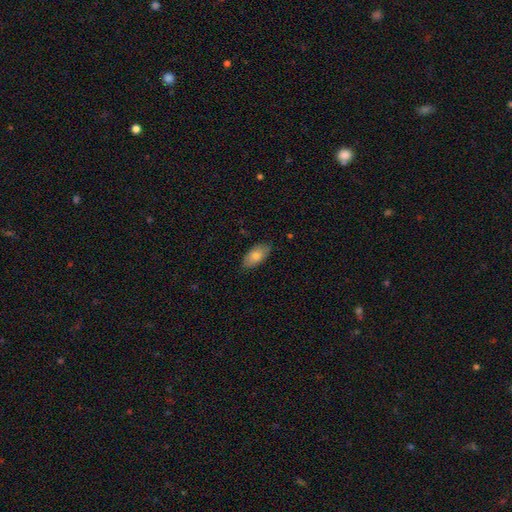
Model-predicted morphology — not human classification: Smooth or featured: smooth — 75% (featured or disk — 18%)
How rounded: in between — 91% (cigar-shaped — 7%)
Merging: none — 83% (minor disturbance — 14%)